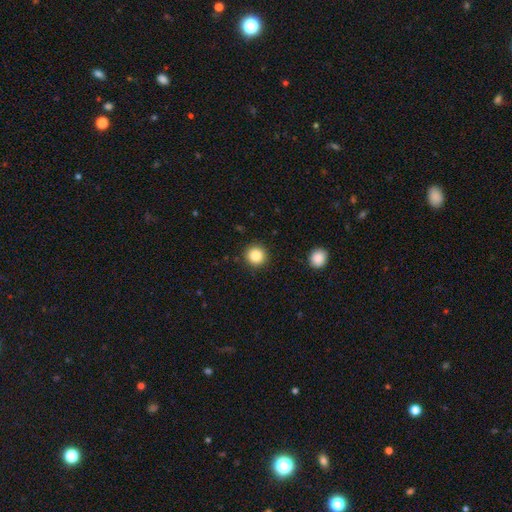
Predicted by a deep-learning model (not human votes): Overall: smooth (86%). How rounded: round (95%). Merging: none (91%).